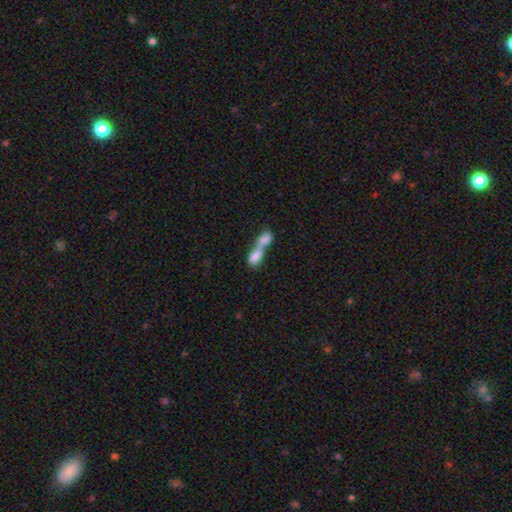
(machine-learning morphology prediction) Overall: smooth (73%). How rounded: in between (71%). Merging: merger (84%).